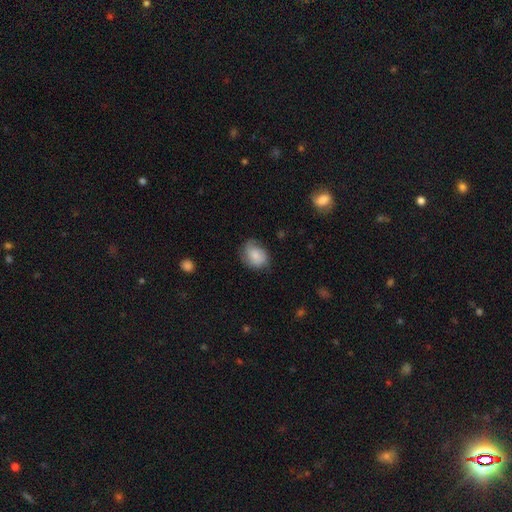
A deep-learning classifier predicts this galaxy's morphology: Overall: smooth (72%). How rounded: in between (55%; round 44%). Merging: none (58%; minor disturbance 30%).